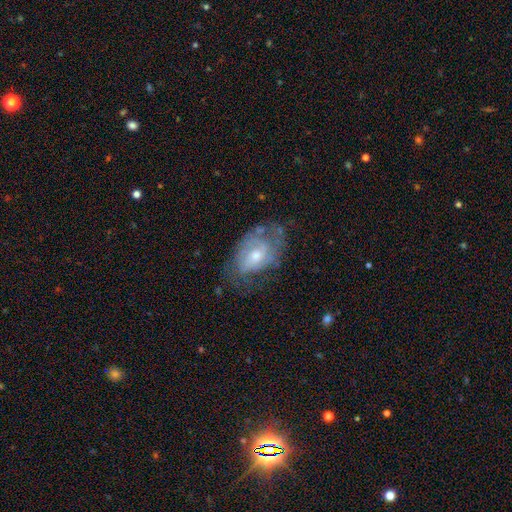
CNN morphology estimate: A featured or disk galaxy (69%) with no bar (68%), tight (45%) spiral arms (76%) and a moderate central bulge (55%). Merging: none (51%).